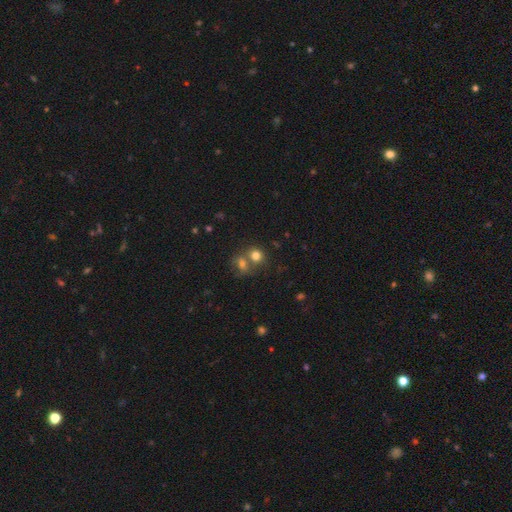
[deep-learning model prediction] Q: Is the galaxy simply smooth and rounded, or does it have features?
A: smooth — 77%.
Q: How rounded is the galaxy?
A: round — 75%.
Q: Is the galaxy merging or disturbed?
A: merger — 46%.